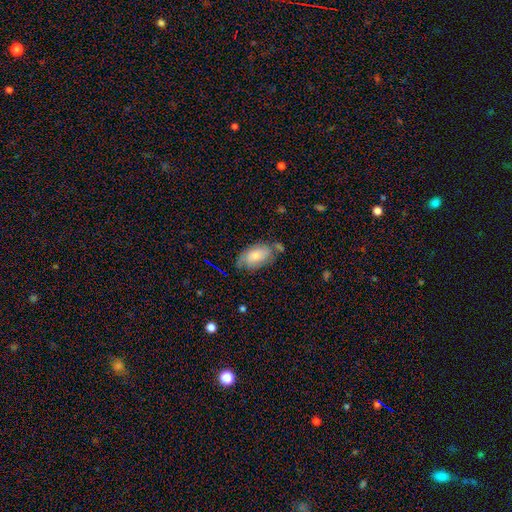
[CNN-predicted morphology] The model was most divided on "merging": none: 57%, minor disturbance: 27%, major disturbance: 8%, merger: 8%. More confident: how rounded — in between (93%); smooth or featured — smooth (72%).